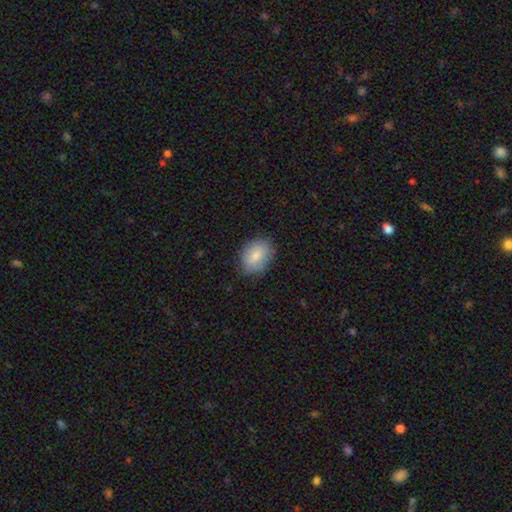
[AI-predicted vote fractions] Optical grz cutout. It shows a smooth galaxy with no disk features (80%) that is in between round and cigar-shaped (73%). Merging: none (80%).